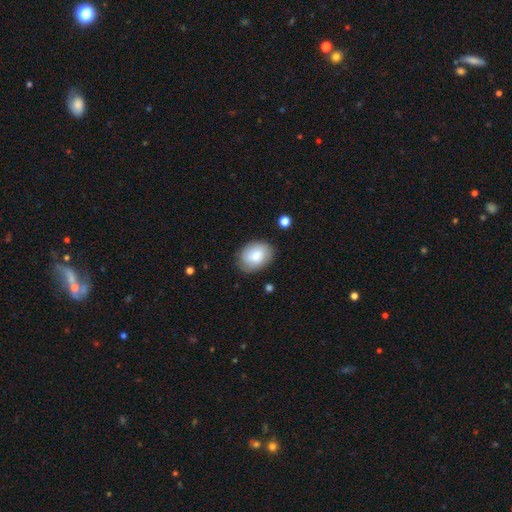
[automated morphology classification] Q: Smooth or featured?
A: smooth (77%); runner-up: featured or disk (16%)
Q: How rounded?
A: in between (68%); runner-up: round (31%)
Q: Merging?
A: none (81%); runner-up: minor disturbance (14%)